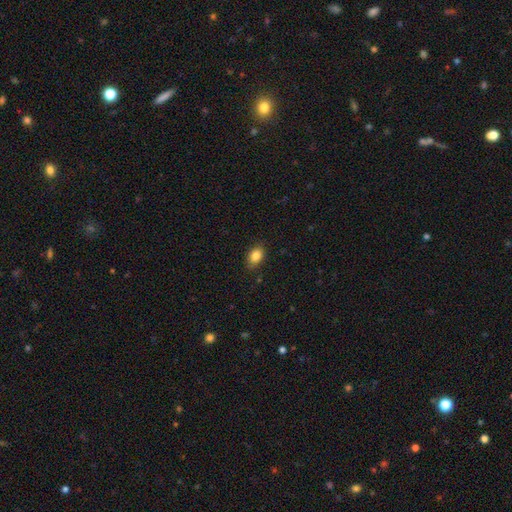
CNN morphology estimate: Smooth or featured? smooth (84%)
How rounded? in between (80%)
Merging? none (84%)